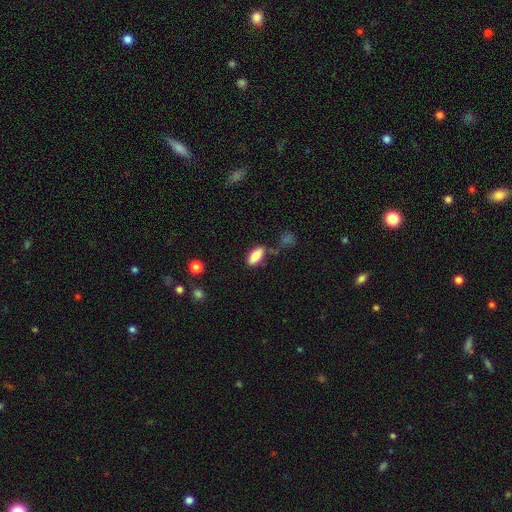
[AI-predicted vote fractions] Smooth or featured? Predicted: smooth (p=0.85). How rounded? Predicted: in between (p=0.87). Merging? Predicted: none (p=0.68).